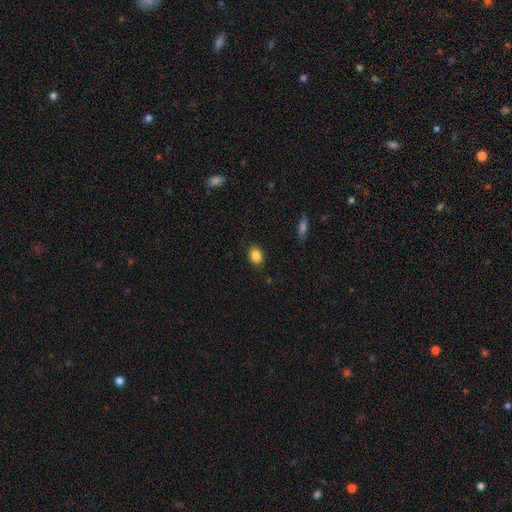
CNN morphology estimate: Smooth or featured: smooth — 86% (star or artifact — 9%)
How rounded: in between — 62% (round — 37%)
Merging: none — 84% (minor disturbance — 12%)